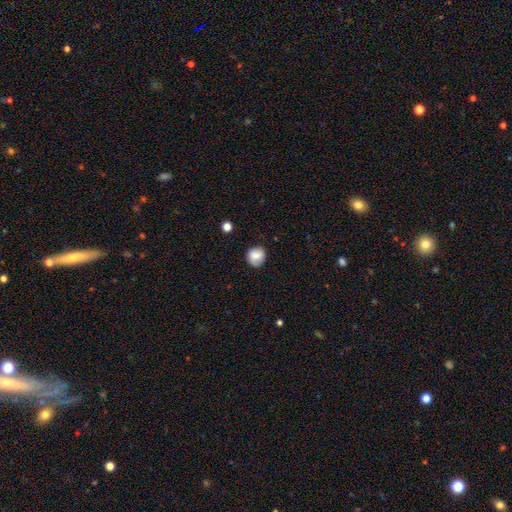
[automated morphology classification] Smooth or featured?
  - smooth: 74% *
  - featured or disk: 17%
  - star or artifact: 9%
How rounded?
  - round: 80% *
  - in between: 19%
  - cigar-shaped: 1%
Merging?
  - none: 75% *
  - minor disturbance: 18%
  - major disturbance: 5%
  - merger: 2%